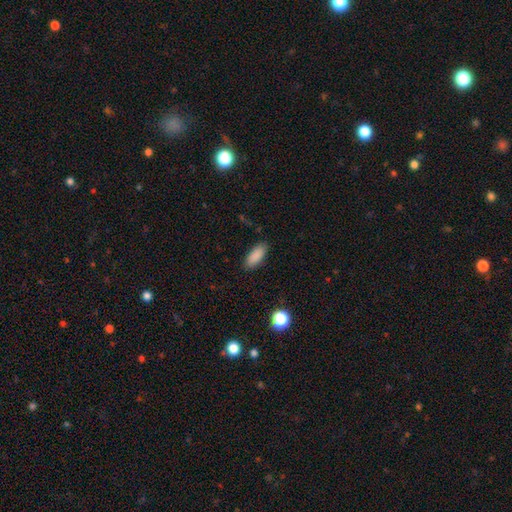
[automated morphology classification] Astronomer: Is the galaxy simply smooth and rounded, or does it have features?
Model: smooth — 88%.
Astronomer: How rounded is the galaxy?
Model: in between — 80%.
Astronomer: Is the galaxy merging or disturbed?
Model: none — 87%.